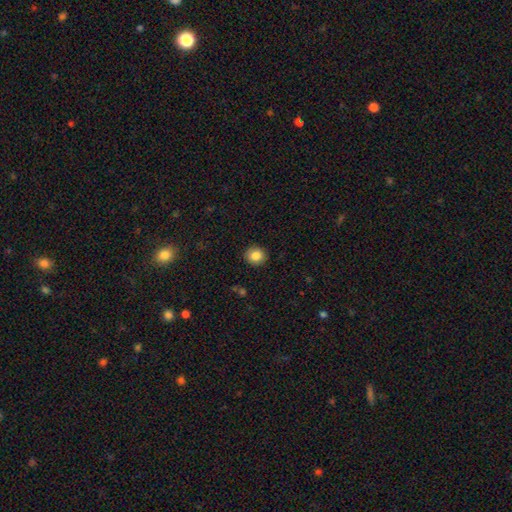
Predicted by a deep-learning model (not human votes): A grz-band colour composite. It shows a smooth galaxy with no disk features (84%) that is round (87%). Merging: none (91%).